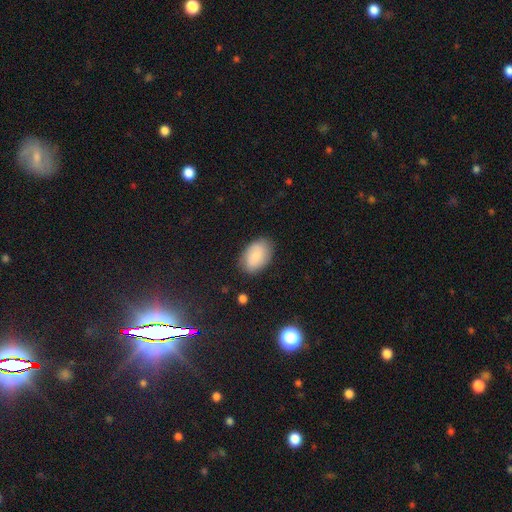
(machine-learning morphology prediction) A smooth galaxy with no disk features (81%) that is in between round and cigar-shaped (90%). Merging: none (82%).